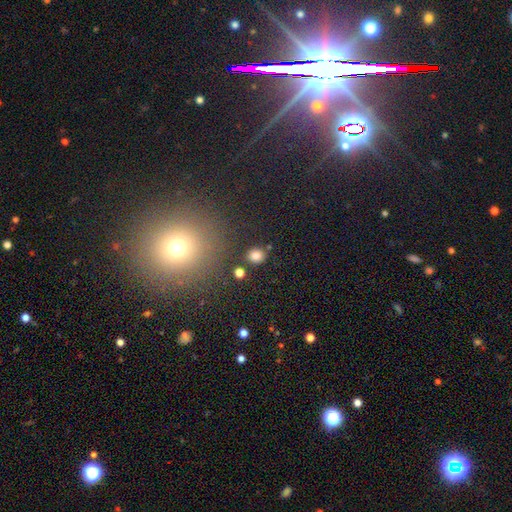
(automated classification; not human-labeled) A smooth galaxy with no disk features (82%) that is round (75%).

Vote fractions:
- Smooth or featured? smooth: 82% / star or artifact: 13% / featured or disk: 5%
- How rounded? round: 75% / in between: 24% / cigar-shaped: 1%
- Merging? none: 84% / minor disturbance: 9% / merger: 5% / major disturbance: 3%